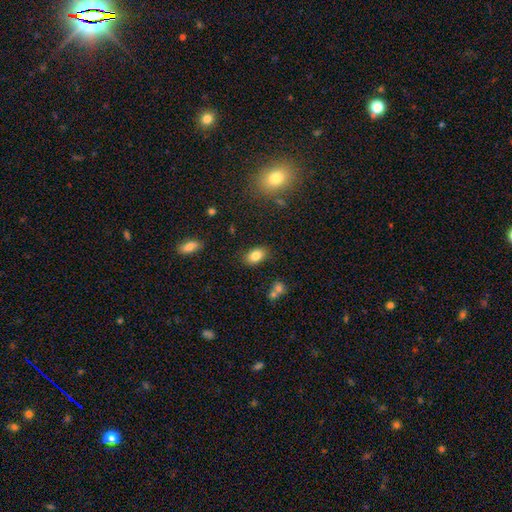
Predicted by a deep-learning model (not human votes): smooth-or-featured: smooth: 82% | star or artifact: 9% | featured or disk: 8%
  how-rounded: in between: 88% | round: 11% | cigar-shaped: 2%
  merging: none: 83% | minor disturbance: 11% | merger: 3% | major disturbance: 3%